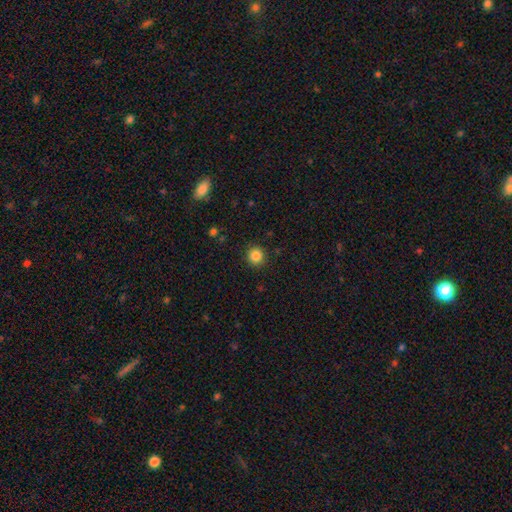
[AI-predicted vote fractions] Morphology: type=smooth (85%); roundness=round (93%); merging=none (91%).